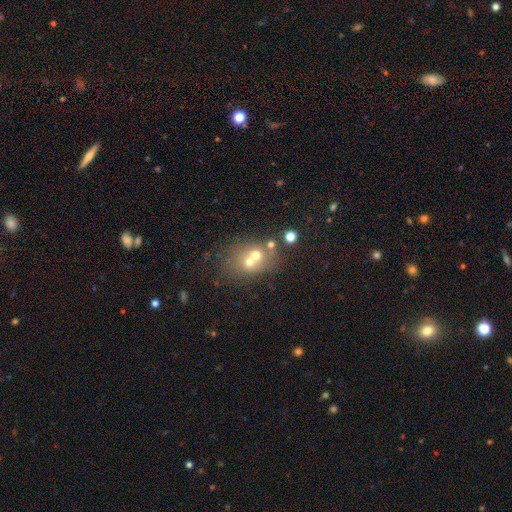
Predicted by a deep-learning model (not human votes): smooth 55%, featured or disk 28%, star or artifact 17%. Down the decision tree: how rounded — round (63%); merging — merger (52%).